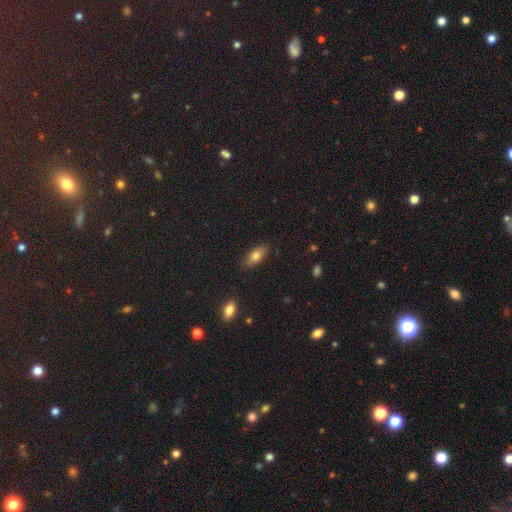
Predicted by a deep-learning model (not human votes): Smooth or featured? smooth (77%)
How rounded? in between (83%)
Merging? none (84%)